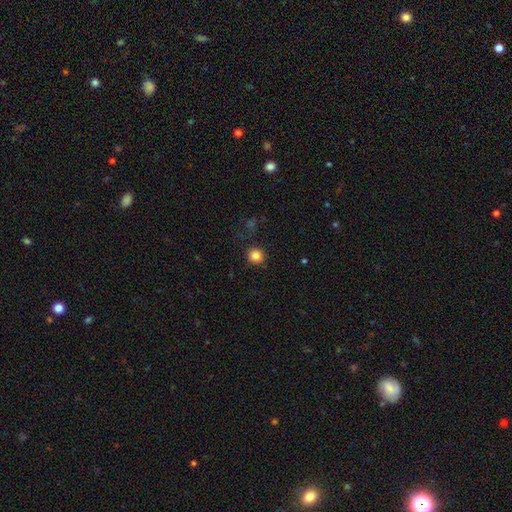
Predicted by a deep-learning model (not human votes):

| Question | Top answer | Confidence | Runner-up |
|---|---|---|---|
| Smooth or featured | smooth | 84% | star or artifact (12%) |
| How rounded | round | 92% | in between (7%) |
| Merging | none | 89% | minor disturbance (7%) |